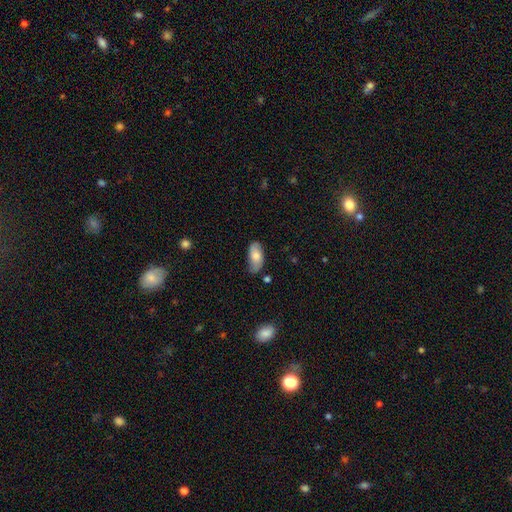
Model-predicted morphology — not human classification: type=smooth (67%); roundness=in between (92%); merging=none (66%).